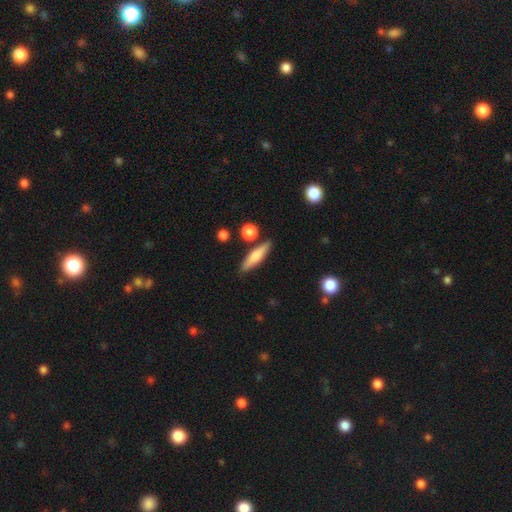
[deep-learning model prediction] Overall: smooth (64%; featured or disk 30%). How rounded: cigar-shaped (71%). Merging: none (81%).